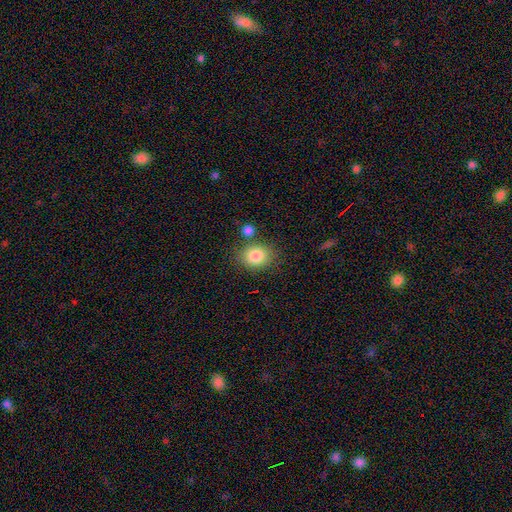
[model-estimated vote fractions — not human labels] Overall: smooth (83%). How rounded: round (53%; in between 46%). Merging: none (76%).